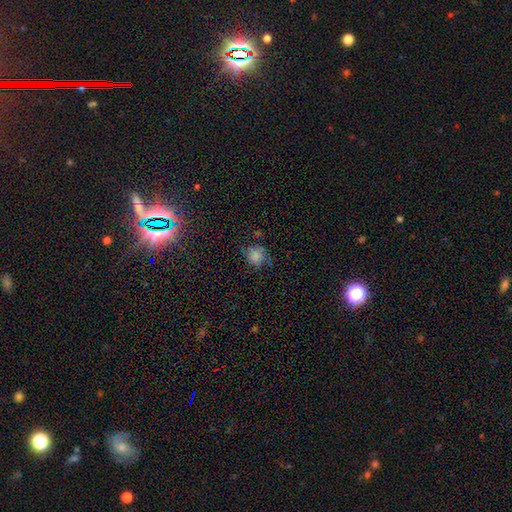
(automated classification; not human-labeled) This is likely a smooth galaxy (72%). How rounded: likely round (75%). Merging: likely none (61%).